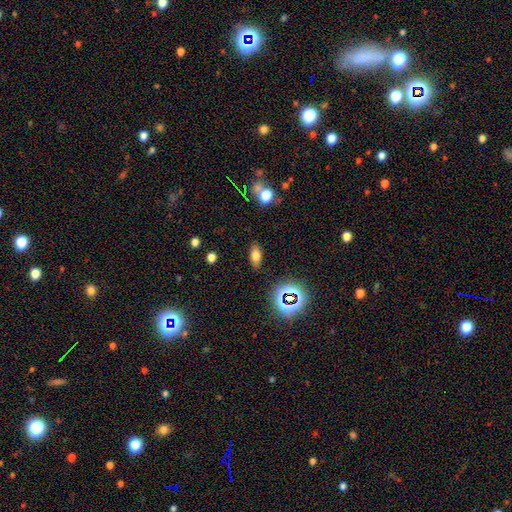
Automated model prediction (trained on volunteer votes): smooth 70%, star or artifact 17%, featured or disk 13%. Down the decision tree: how rounded — in between (84%); merging — none (86%).